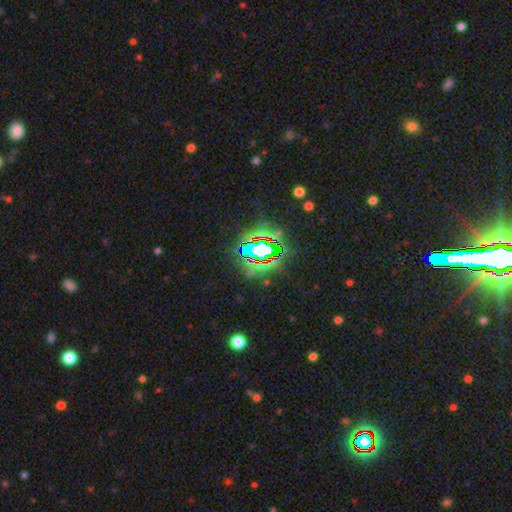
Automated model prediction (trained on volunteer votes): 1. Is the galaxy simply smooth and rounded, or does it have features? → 77% star or artifact, 12% smooth, 11% featured or disk.